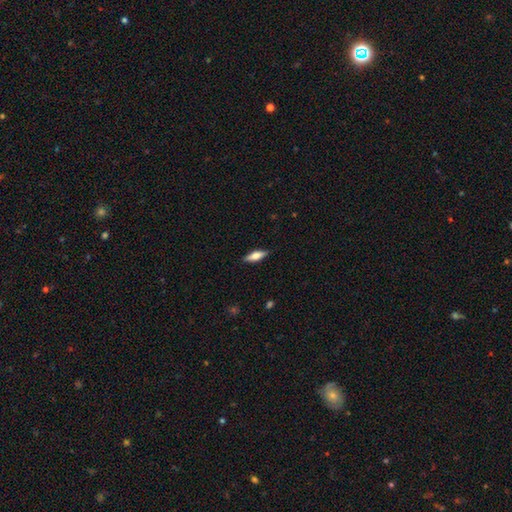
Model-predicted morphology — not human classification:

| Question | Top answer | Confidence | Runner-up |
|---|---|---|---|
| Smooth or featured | smooth | 63% | featured or disk (31%) |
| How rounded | in between | 57% | cigar-shaped (41%) |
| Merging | none | 87% | minor disturbance (10%) |